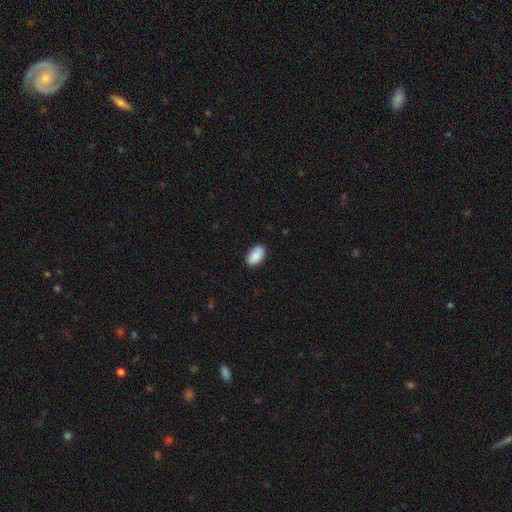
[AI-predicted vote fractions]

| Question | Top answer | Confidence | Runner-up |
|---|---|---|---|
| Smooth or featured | smooth | 90% | star or artifact (6%) |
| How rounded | in between | 94% | round (4%) |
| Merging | none | 88% | minor disturbance (9%) |